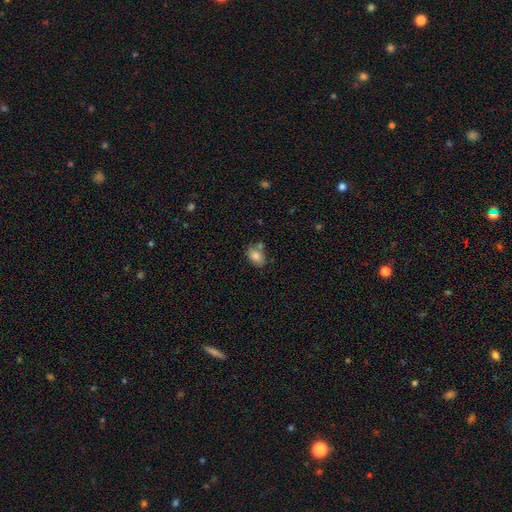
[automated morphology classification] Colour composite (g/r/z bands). It shows a smooth galaxy with no disk features (82%) that is in between round and cigar-shaped (83%). Merging: none (69%).